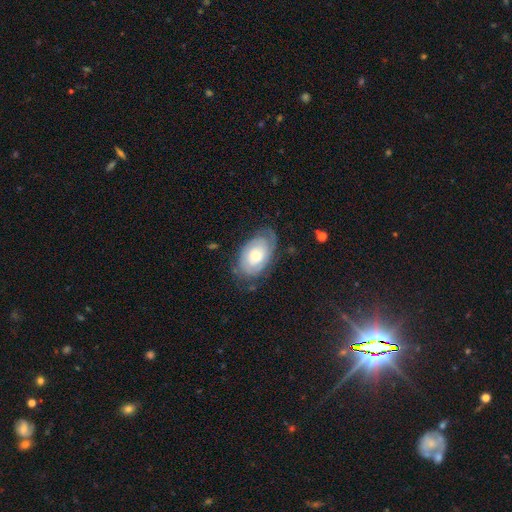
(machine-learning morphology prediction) type=featured or disk (62%); edge-on=no (94%); bar=no (82%); spiral arms=yes (77%); bulge=moderate (61%); merging=none (66%).